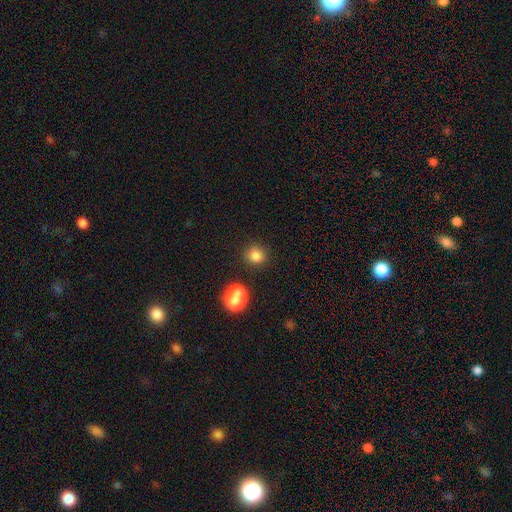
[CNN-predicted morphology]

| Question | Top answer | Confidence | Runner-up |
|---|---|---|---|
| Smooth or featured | smooth | 80% | star or artifact (14%) |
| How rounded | round | 82% | in between (17%) |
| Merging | none | 79% | minor disturbance (9%) |